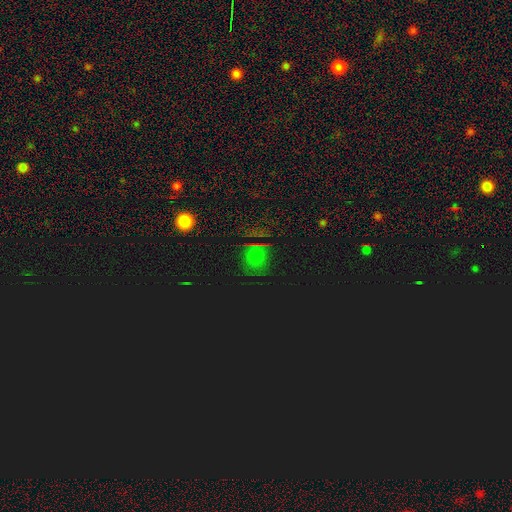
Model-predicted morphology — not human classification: Overall: star or artifact (52%; smooth 39%).